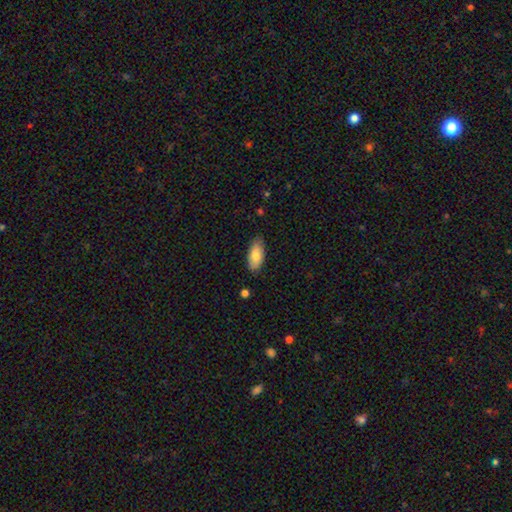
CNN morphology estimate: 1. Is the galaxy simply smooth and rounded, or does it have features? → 80% smooth, 14% featured or disk, 6% star or artifact.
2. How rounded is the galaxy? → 90% in between, 7% cigar-shaped, 2% round.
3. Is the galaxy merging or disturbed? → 81% none, 15% minor disturbance, 2% major disturbance, 1% merger.